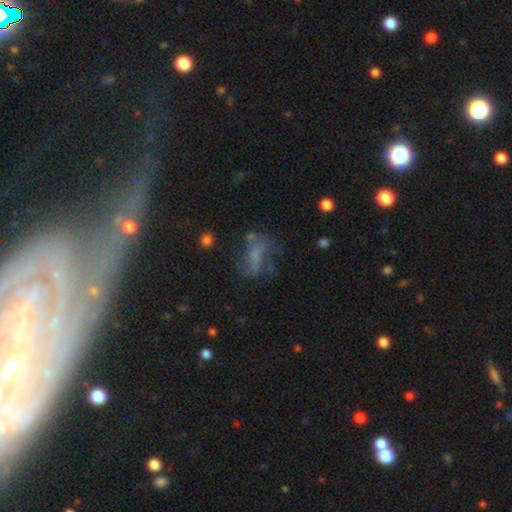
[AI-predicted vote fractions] Overall: featured or disk (45%; smooth 35%). Merging: none (42%; major disturbance 30%).